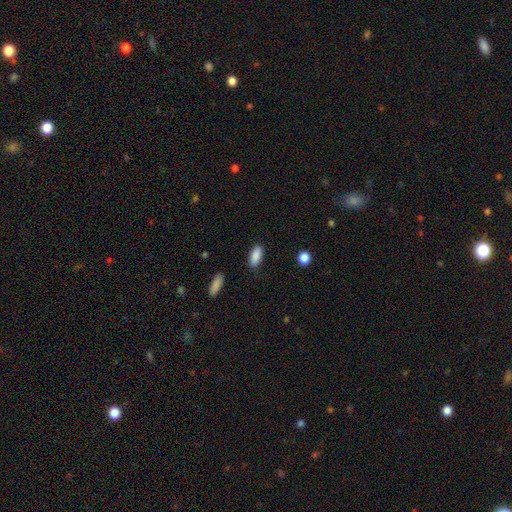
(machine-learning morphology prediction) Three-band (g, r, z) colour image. It shows a smooth galaxy with no disk features (89%) that is in between round and cigar-shaped (81%). Merging: none (87%).